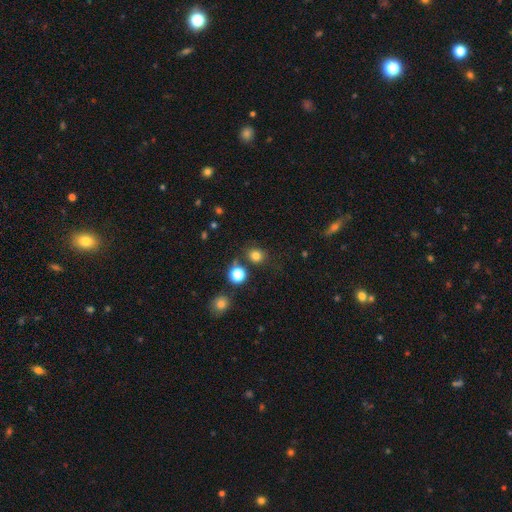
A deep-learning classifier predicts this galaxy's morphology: This is likely a smooth galaxy (79%). How rounded: clearly round (81%). Merging: likely none (78%).